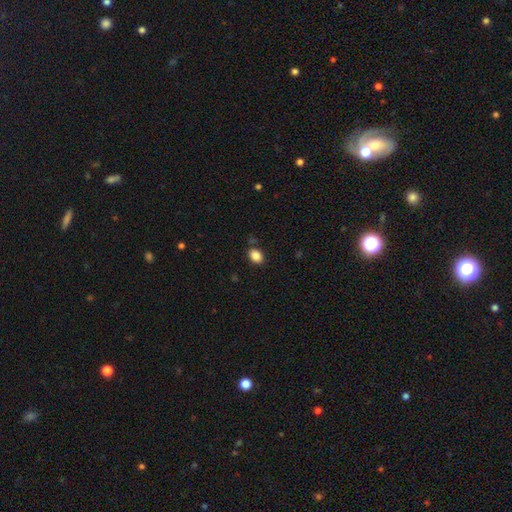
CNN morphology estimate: smooth-or-featured: smooth: 86% | star or artifact: 10% | featured or disk: 4%
  how-rounded: in between: 69% | round: 30% | cigar-shaped: 1%
  merging: none: 83% | minor disturbance: 11% | merger: 3% | major disturbance: 3%